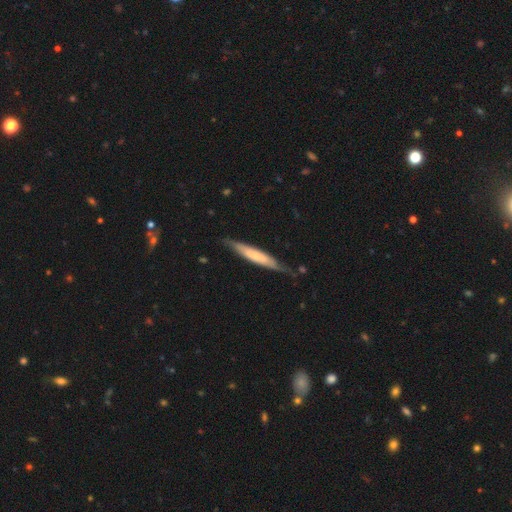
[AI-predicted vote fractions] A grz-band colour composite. It shows a smooth galaxy with no disk features (53%) that is cigar-shaped (89%). Merging: none (72%).